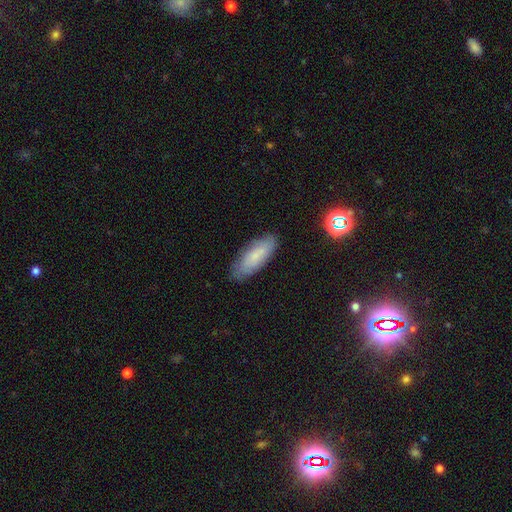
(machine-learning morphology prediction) Overall: smooth (67%). How rounded: in between (67%; cigar-shaped 31%). Merging: none (80%).